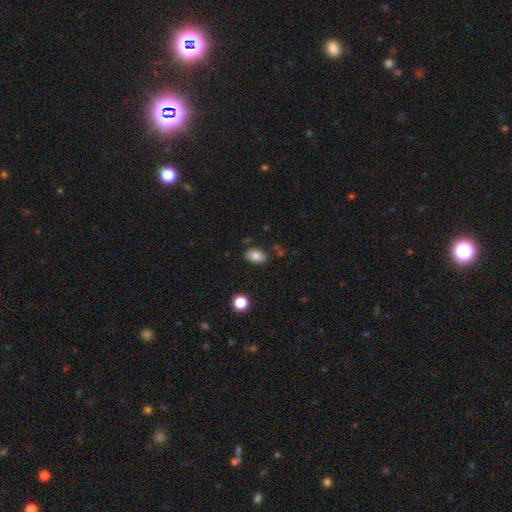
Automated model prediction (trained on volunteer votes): The model was most divided on "merging": none: 81%, minor disturbance: 13%, merger: 3%, major disturbance: 3%. More confident: how rounded — in between (87%); smooth or featured — smooth (81%).